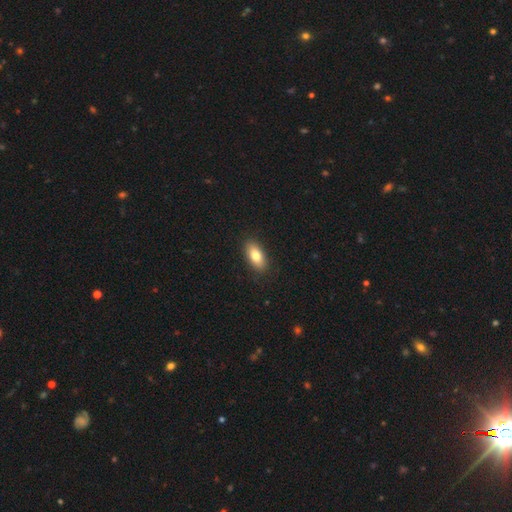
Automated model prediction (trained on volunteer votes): smooth 80%, featured or disk 13%, star or artifact 7%. Down the decision tree: how rounded — in between (88%); merging — none (89%).